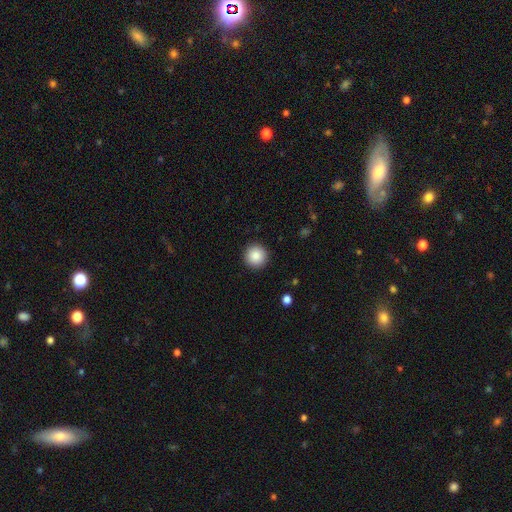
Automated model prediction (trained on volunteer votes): Morphology: type=smooth (87%); roundness=round (96%); merging=none (92%).